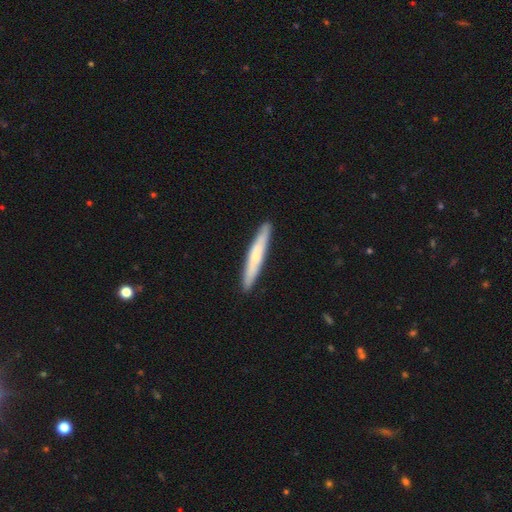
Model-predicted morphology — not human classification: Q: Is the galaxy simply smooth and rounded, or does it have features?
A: smooth — 53%.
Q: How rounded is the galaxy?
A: cigar-shaped — 96%.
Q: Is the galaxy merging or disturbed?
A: none — 92%.